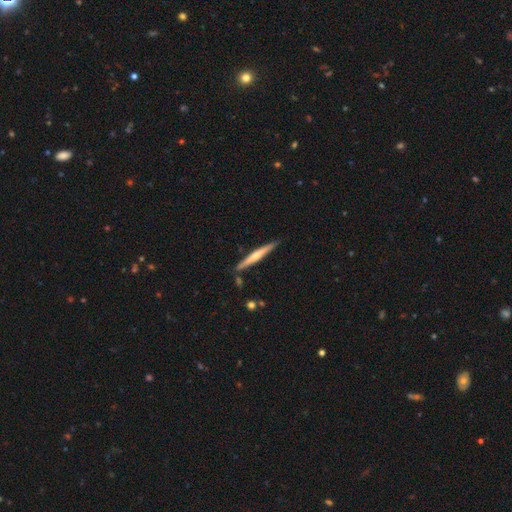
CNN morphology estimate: This is possibly a featured or disk galaxy (55%). It is clearly viewed edge-on (97%). Edge-on bulge: likely rounded (69%). Merging: clearly none (85%).